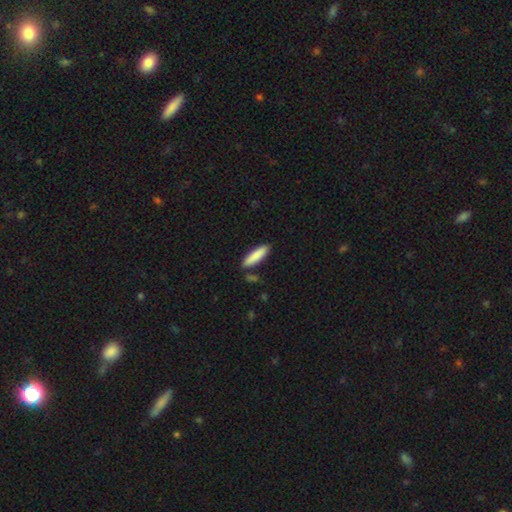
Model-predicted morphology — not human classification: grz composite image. It shows a smooth galaxy with no disk features (85%) that is cigar-shaped (72%). Merging: none (85%).